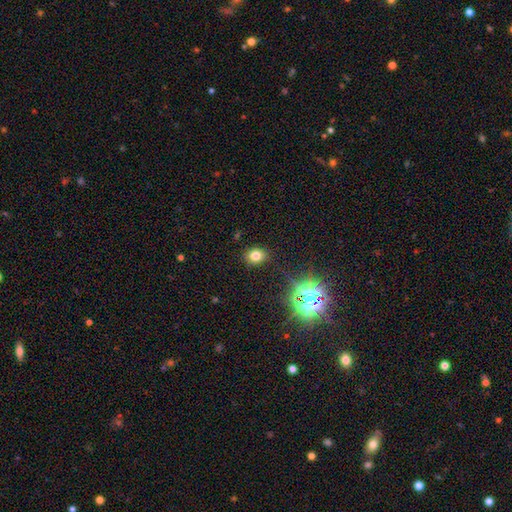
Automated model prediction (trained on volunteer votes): Smooth or featured? Predicted: smooth (p=0.74). How rounded? Predicted: round (p=0.52). Merging? Predicted: none (p=0.88).